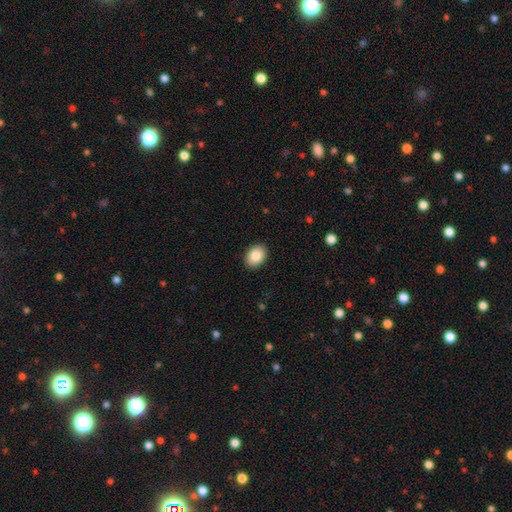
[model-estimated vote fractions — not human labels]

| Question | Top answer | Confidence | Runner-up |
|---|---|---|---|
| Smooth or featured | smooth | 86% | star or artifact (7%) |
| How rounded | in between | 72% | round (27%) |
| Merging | none | 90% | minor disturbance (7%) |